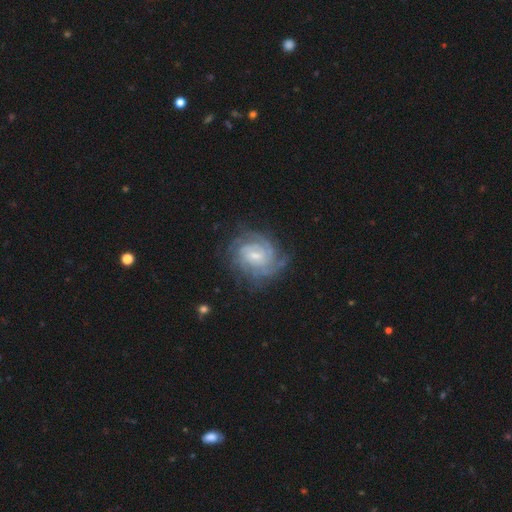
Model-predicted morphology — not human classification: Smooth or featured? featured or disk (85%)
Edge-on disk? no (98%)
Bar? weak (49%)
Spiral arms? yes (97%)
Spiral winding? tight (74%)
Spiral arm count? can't tell (34%)
Bulge size? small (56%)
Merging? none (74%)